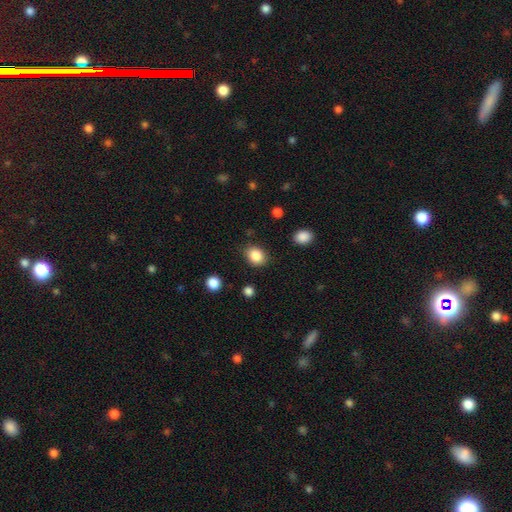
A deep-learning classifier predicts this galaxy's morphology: Overall: smooth (86%). How rounded: in between (54%; round 45%). Merging: none (83%).